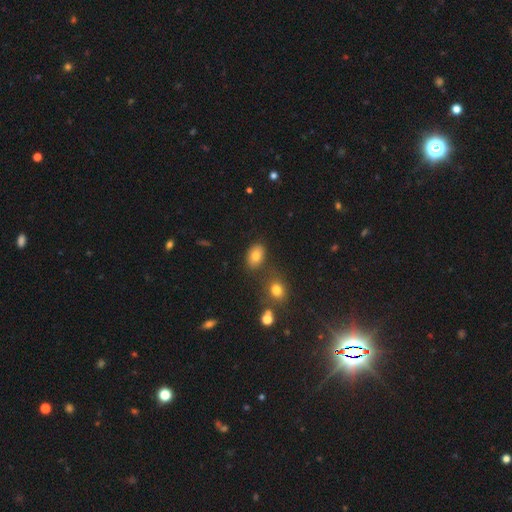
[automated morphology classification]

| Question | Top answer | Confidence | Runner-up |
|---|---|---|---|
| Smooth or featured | smooth | 79% | star or artifact (11%) |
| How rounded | in between | 83% | round (15%) |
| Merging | none | 75% | minor disturbance (12%) |